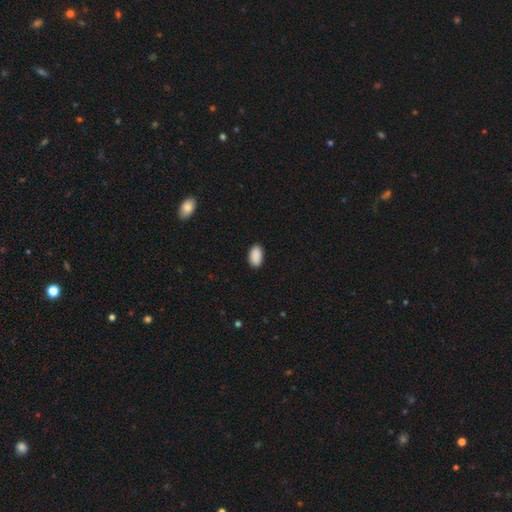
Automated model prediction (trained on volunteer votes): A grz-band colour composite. It shows a smooth galaxy with no disk features (91%) that is in between round and cigar-shaped (94%). Merging: none (89%).